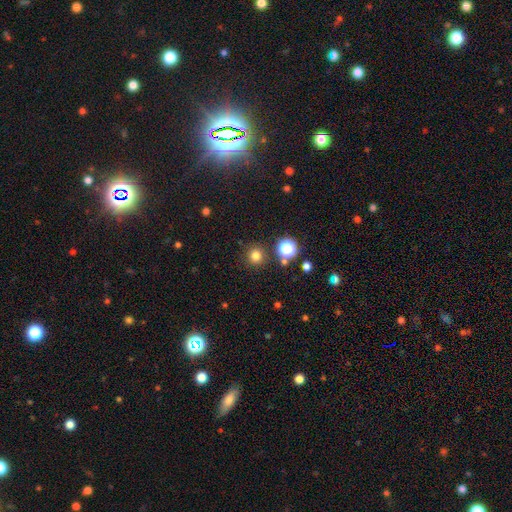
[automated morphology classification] This is likely a smooth galaxy (77%). How rounded: clearly round (95%). Merging: clearly none (88%).